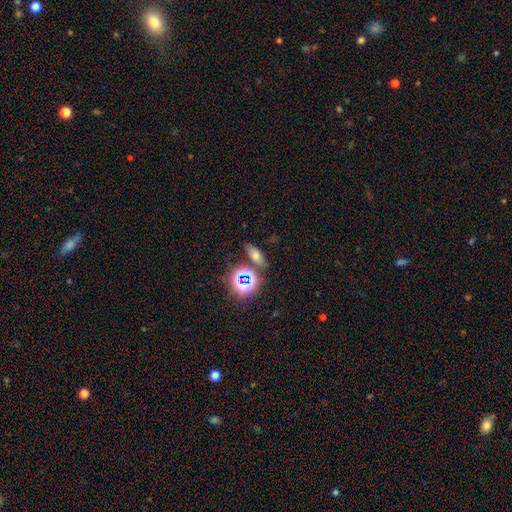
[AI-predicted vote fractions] Morphology: type=smooth (55%); roundness=in between (64%); merging=none (76%).